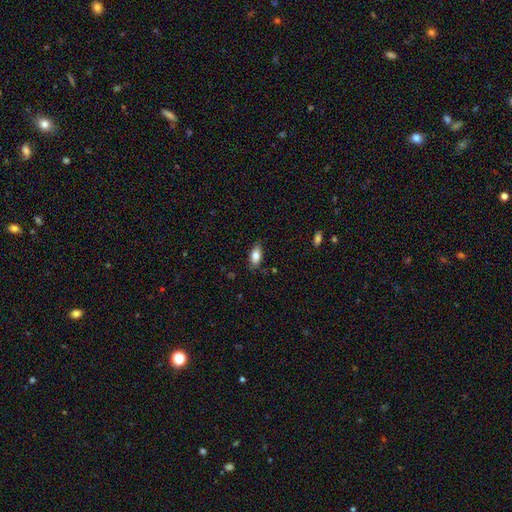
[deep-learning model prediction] Q: Smooth or featured?
A: smooth (82%); runner-up: featured or disk (12%)
Q: How rounded?
A: in between (87%); runner-up: cigar-shaped (9%)
Q: Merging?
A: none (84%); runner-up: minor disturbance (13%)